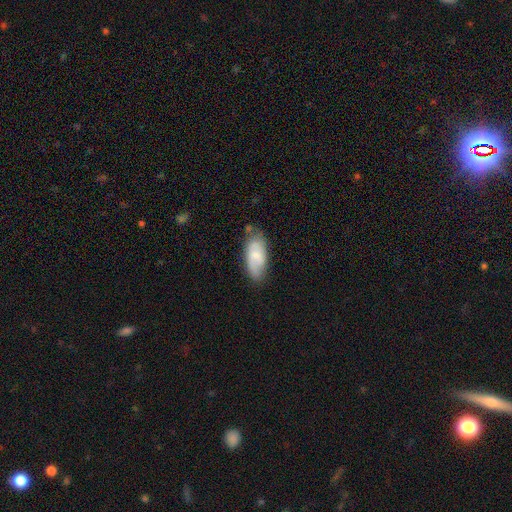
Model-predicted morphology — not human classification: Q: Smooth or featured?
A: smooth (54%); runner-up: featured or disk (39%)
Q: How rounded?
A: in between (87%); runner-up: cigar-shaped (11%)
Q: Merging?
A: none (66%); runner-up: minor disturbance (24%)